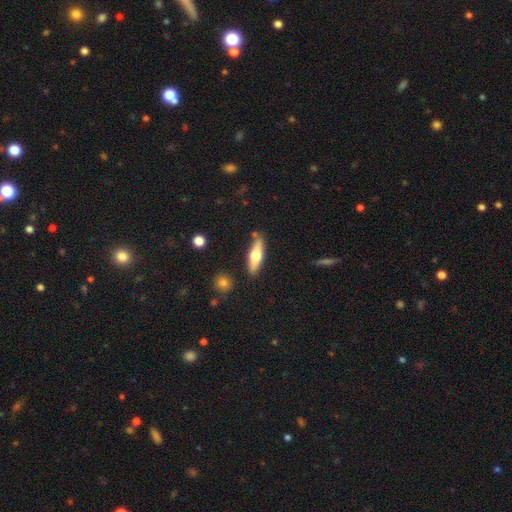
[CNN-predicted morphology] Smooth or featured: smooth — 53% (featured or disk — 41%)
How rounded: cigar-shaped — 61% (in between — 36%)
Merging: none — 83% (minor disturbance — 10%)